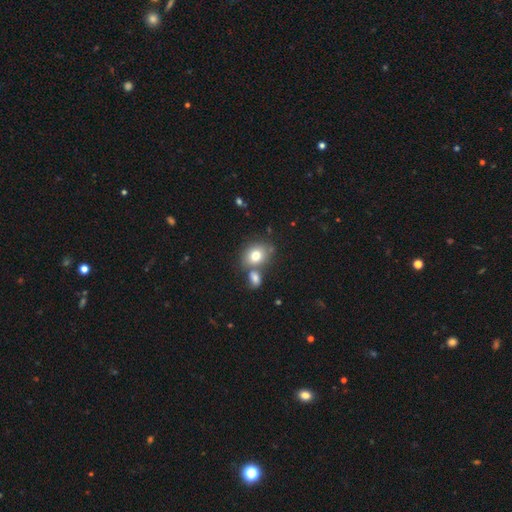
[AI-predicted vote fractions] smooth_or_featured: smooth (p=0.77) [alt: featured or disk p=0.13]
how_rounded: round (p=0.51) [alt: in between p=0.48]
merging: none (p=0.53) [alt: merger p=0.32]